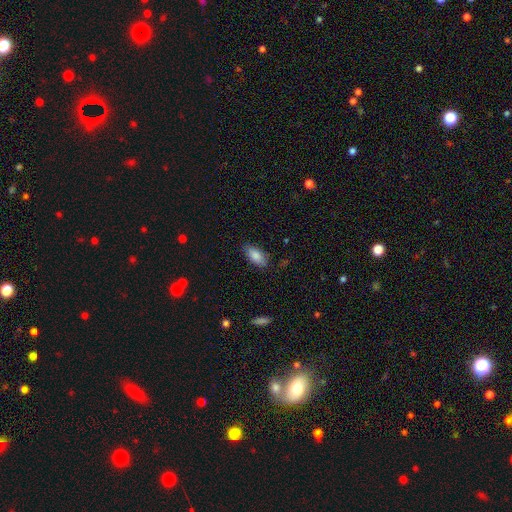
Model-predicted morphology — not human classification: Smooth or featured: smooth — 85% (featured or disk — 8%)
How rounded: in between — 89% (cigar-shaped — 9%)
Merging: none — 82% (minor disturbance — 14%)